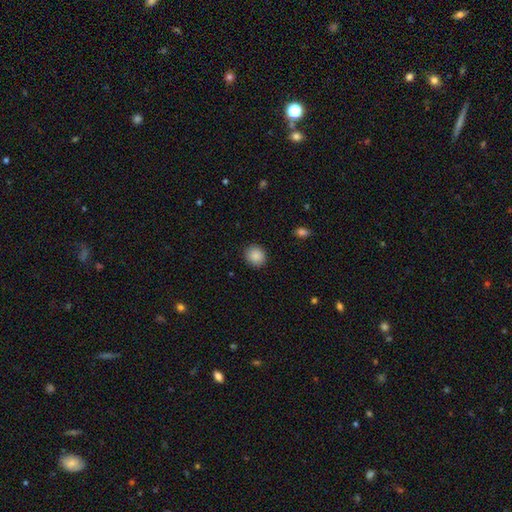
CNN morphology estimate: Smooth or featured? smooth (88%)
How rounded? round (80%)
Merging? none (90%)